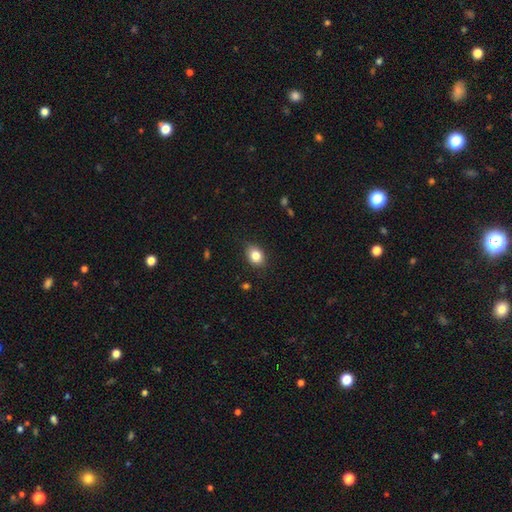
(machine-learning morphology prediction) smooth-or-featured: smooth: 83% | star or artifact: 9% | featured or disk: 7%
  how-rounded: in between: 60% | round: 39% | cigar-shaped: 1%
  merging: none: 83% | minor disturbance: 13% | major disturbance: 3% | merger: 1%